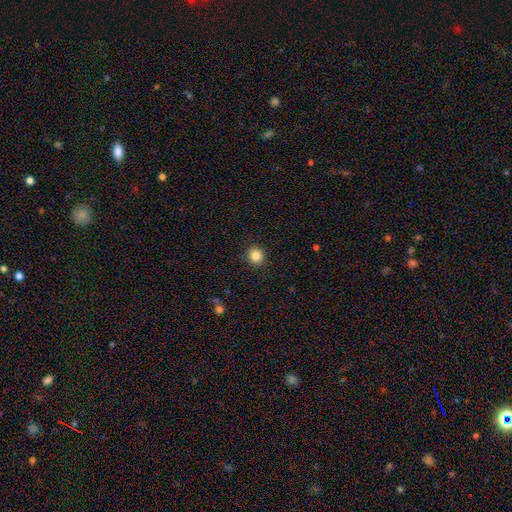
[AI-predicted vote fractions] smooth-or-featured: smooth: 85% | star or artifact: 11% | featured or disk: 5%
  how-rounded: round: 89% | in between: 10% | cigar-shaped: 1%
  merging: none: 92% | minor disturbance: 5% | major disturbance: 2% | merger: 1%